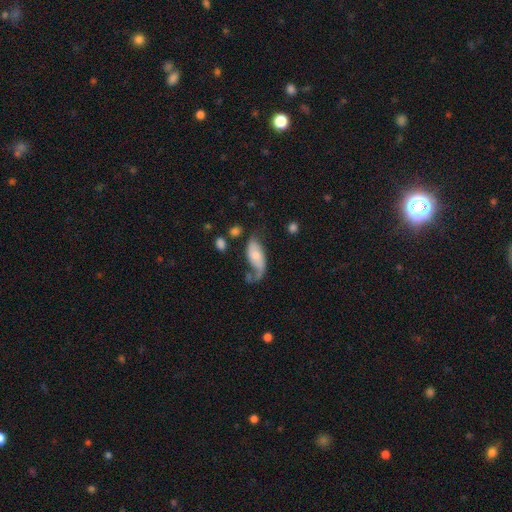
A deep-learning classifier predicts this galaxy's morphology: A featured or disk galaxy (52%).

Vote fractions:
- Smooth or featured? featured or disk: 52% / smooth: 42% / star or artifact: 7%
- Edge-on disk? no: 90% / yes: 10%
- Merging? major disturbance: 35% / none: 31% / minor disturbance: 25% / merger: 9%